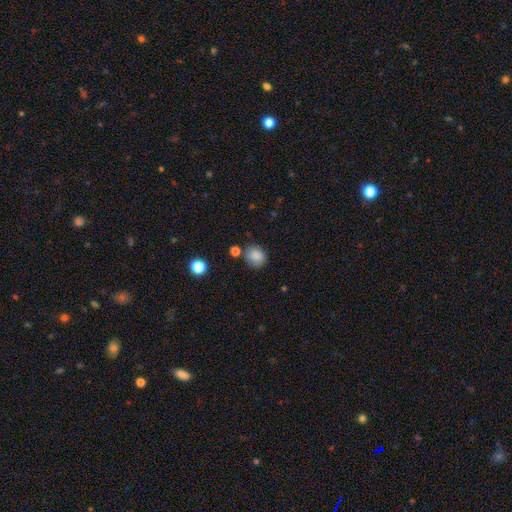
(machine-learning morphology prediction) smooth_or_featured: smooth (p=0.85) [alt: star or artifact p=0.10]
how_rounded: round (p=0.73) [alt: in between p=0.26]
merging: none (p=0.74) [alt: minor disturbance p=0.15]